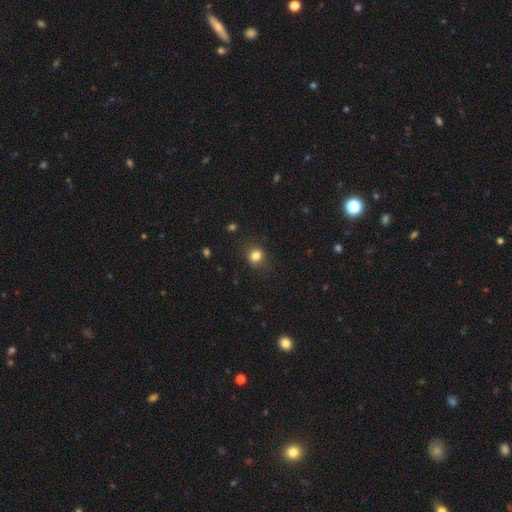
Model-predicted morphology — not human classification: Overall: smooth (81%). How rounded: round (70%). Merging: none (82%).